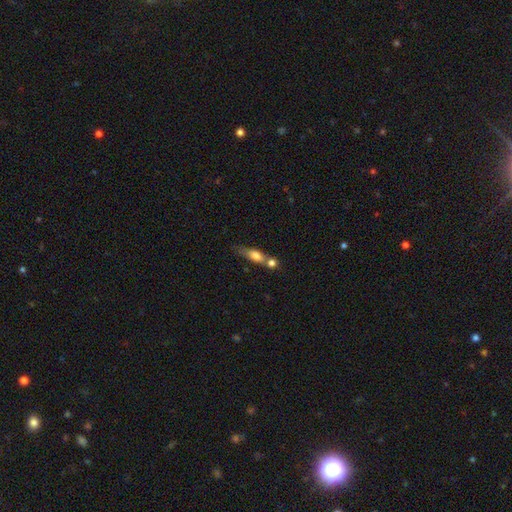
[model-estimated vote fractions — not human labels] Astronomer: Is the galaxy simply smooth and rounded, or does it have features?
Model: smooth — 64%.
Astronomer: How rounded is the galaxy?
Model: cigar-shaped — 48% (runner-up: in between, 44%).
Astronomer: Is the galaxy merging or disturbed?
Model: none — 40% (runner-up: merger, 37%).